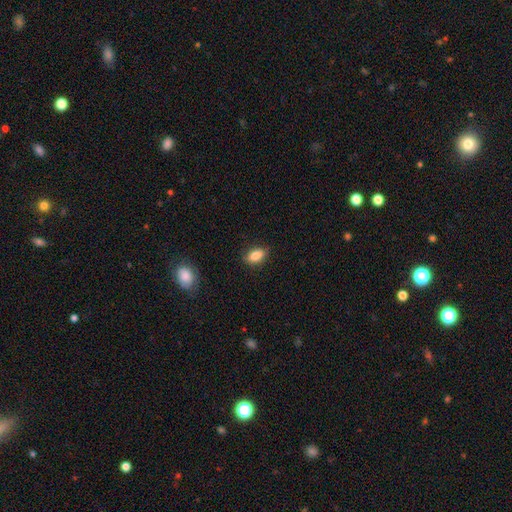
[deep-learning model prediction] This is clearly a smooth galaxy (85%). How rounded: clearly in between (87%). Merging: clearly none (84%).